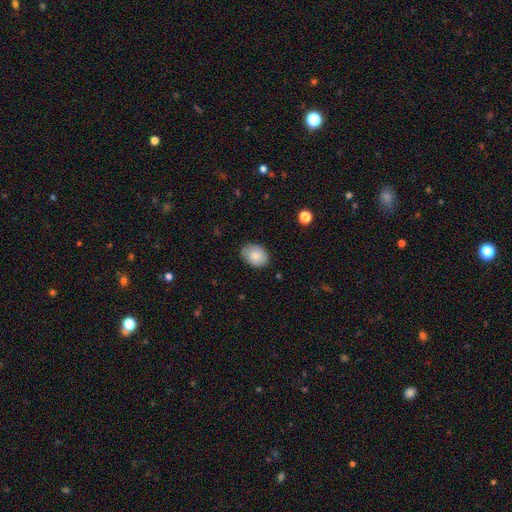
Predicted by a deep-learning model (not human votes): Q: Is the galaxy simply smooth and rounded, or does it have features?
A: smooth — 83%.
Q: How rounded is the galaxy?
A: in between — 70%.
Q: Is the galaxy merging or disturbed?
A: none — 80%.